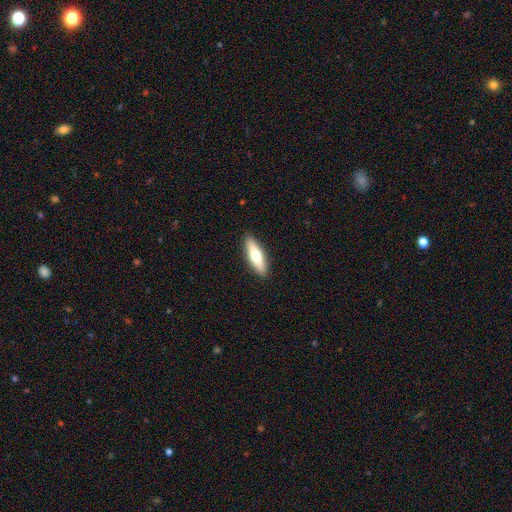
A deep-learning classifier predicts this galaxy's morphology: The model was most divided on "how rounded": cigar-shaped: 55%, in between: 43%, round: 2%. More confident: merging — none (90%); smooth or featured — smooth (59%).